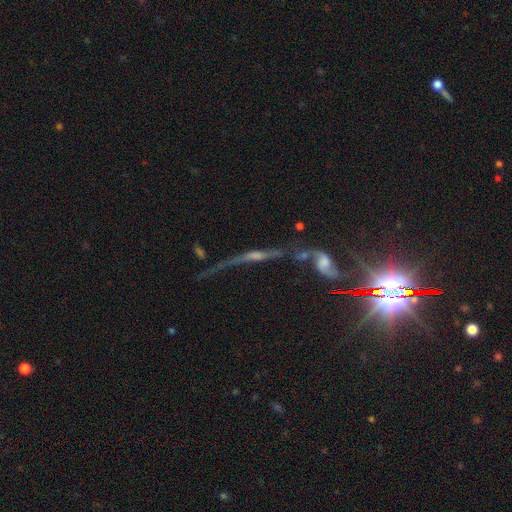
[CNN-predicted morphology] smooth-or-featured: featured or disk: 54% | star or artifact: 33% | smooth: 13%
  disk-edge-on: yes: 67% | no: 33%
  merging: none: 45% | merger: 23% | major disturbance: 17% | minor disturbance: 14%